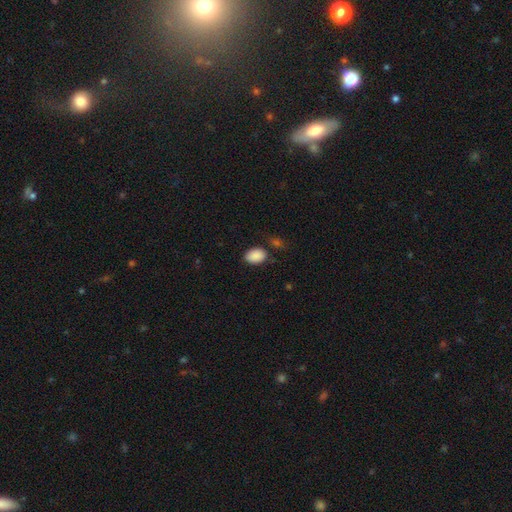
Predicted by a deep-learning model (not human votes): Q: Smooth or featured?
A: smooth (90%); runner-up: star or artifact (7%)
Q: How rounded?
A: in between (87%); runner-up: round (12%)
Q: Merging?
A: none (77%); runner-up: minor disturbance (15%)